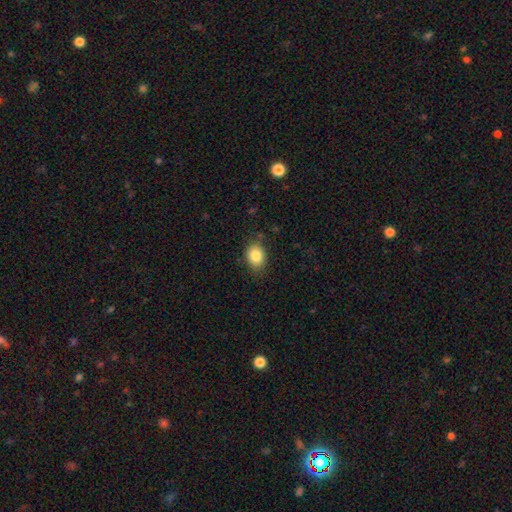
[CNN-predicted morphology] Overall: smooth (84%). How rounded: in between (65%; round 34%). Merging: none (81%).